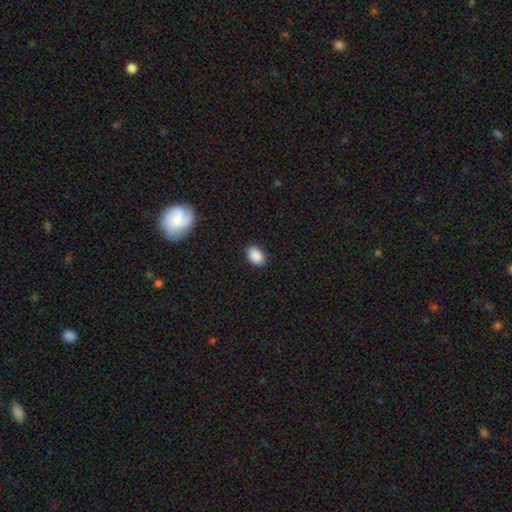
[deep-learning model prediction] Overall: smooth (89%). How rounded: in between (84%). Merging: none (86%).